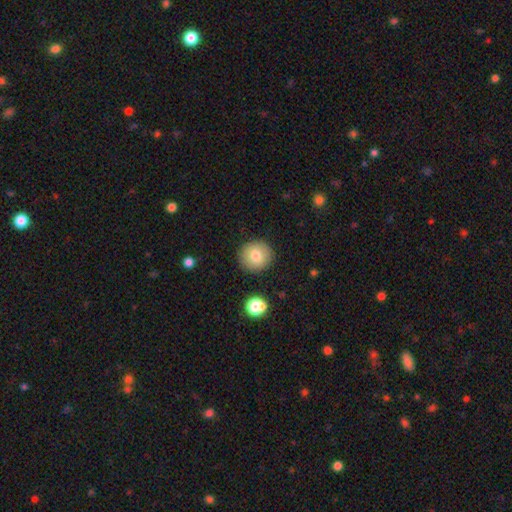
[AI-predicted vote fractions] A smooth galaxy with no disk features (79%) that is round (92%).

Vote fractions:
- Smooth or featured? smooth: 79% / featured or disk: 12% / star or artifact: 9%
- How rounded? round: 92% / in between: 7% / cigar-shaped: 1%
- Merging? none: 89% / minor disturbance: 7% / major disturbance: 2% / merger: 2%